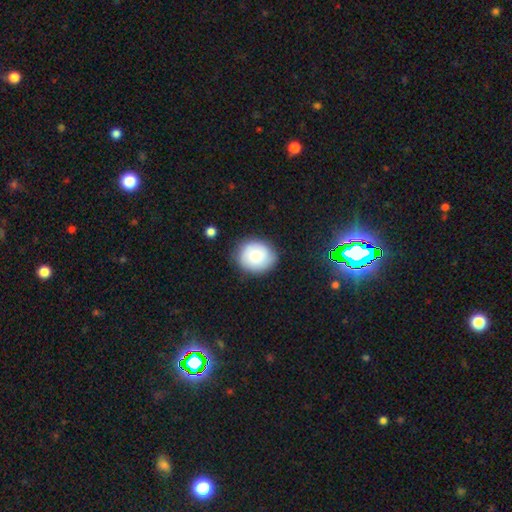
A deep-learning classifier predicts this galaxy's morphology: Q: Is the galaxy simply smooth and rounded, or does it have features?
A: smooth — 78%.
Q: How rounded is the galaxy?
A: round — 68%.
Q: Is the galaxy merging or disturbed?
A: none — 83%.